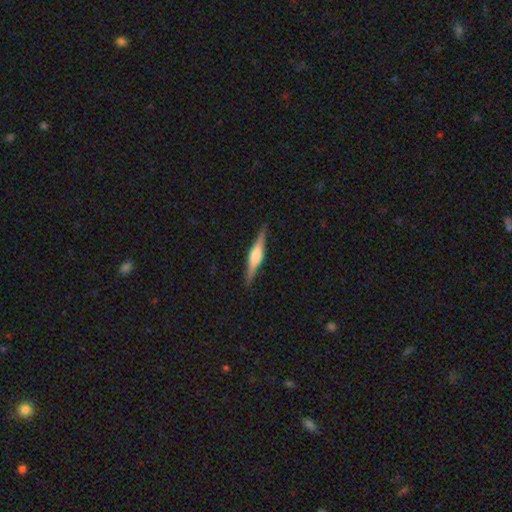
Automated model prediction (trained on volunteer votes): Q: Smooth or featured?
A: featured or disk (65%); runner-up: smooth (29%)
Q: Edge-on disk?
A: yes (97%); runner-up: no (3%)
Q: Edge-on bulge?
A: rounded (71%); runner-up: boxy (24%)
Q: Merging?
A: none (89%); runner-up: minor disturbance (8%)